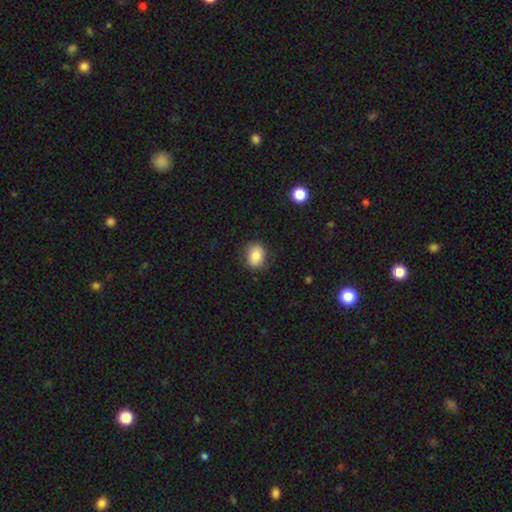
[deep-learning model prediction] A smooth galaxy with no disk features (84%) that is in between round and cigar-shaped (50%). Merging: none (84%).